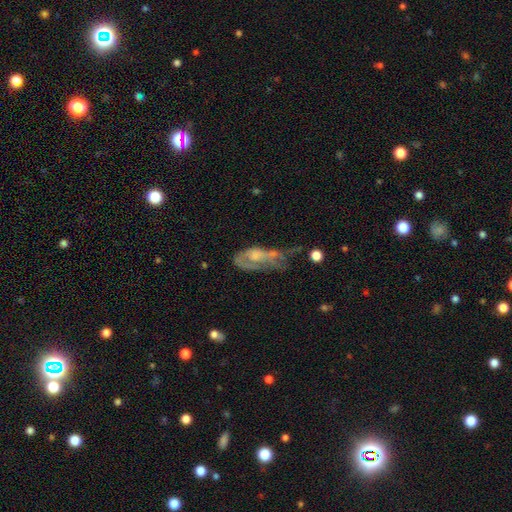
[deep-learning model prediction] The model was most divided on "smooth or featured": featured or disk: 55%, smooth: 33%, star or artifact: 12%. Remaining: edge-on disk — no (87%); merging — major disturbance (45%).